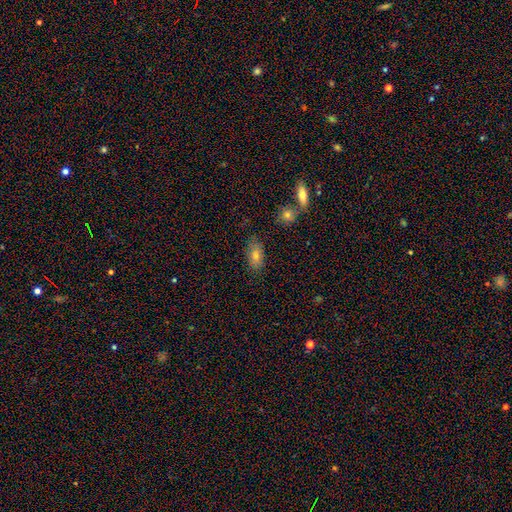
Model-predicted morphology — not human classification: Q: Smooth or featured?
A: smooth (70%); runner-up: featured or disk (19%)
Q: How rounded?
A: in between (87%); runner-up: round (7%)
Q: Merging?
A: none (79%); runner-up: minor disturbance (14%)